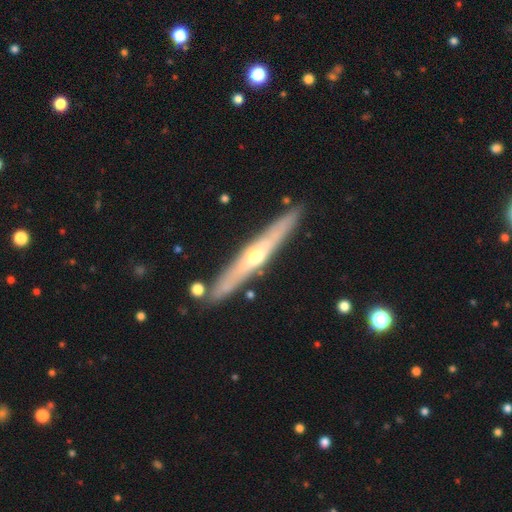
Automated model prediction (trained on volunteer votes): featured or disk 67%, smooth 27%, star or artifact 6%. Down the decision tree: edge-on disk — yes (93%); edge-on bulge — rounded (82%); merging — none (87%).